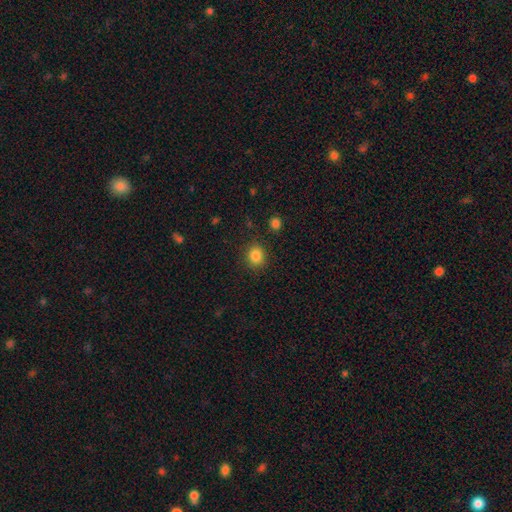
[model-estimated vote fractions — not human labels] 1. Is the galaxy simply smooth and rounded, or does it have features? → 84% smooth, 11% star or artifact, 5% featured or disk.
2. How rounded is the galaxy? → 78% round, 21% in between, 1% cigar-shaped.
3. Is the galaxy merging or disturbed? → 88% none, 8% minor disturbance, 3% major disturbance, 2% merger.